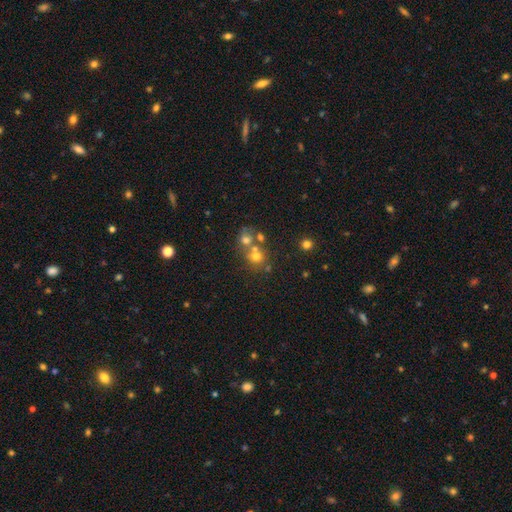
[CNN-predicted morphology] Smooth or featured? Predicted: smooth (p=0.61). How rounded? Predicted: round (p=0.79). Merging? Predicted: merger (p=0.44).